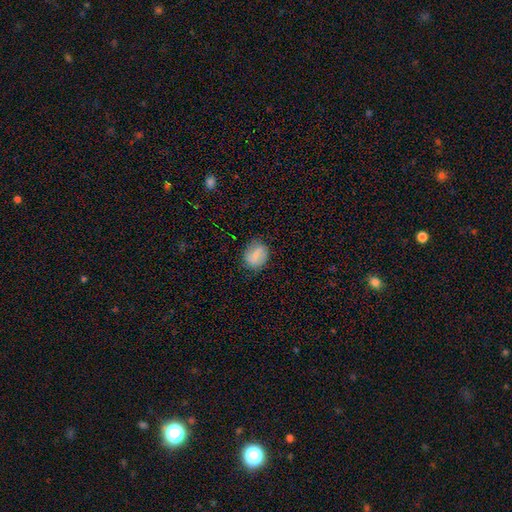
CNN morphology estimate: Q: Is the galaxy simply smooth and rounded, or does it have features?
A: smooth — 66%.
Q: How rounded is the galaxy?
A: round — 50%.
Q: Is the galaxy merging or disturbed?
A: none — 78%.